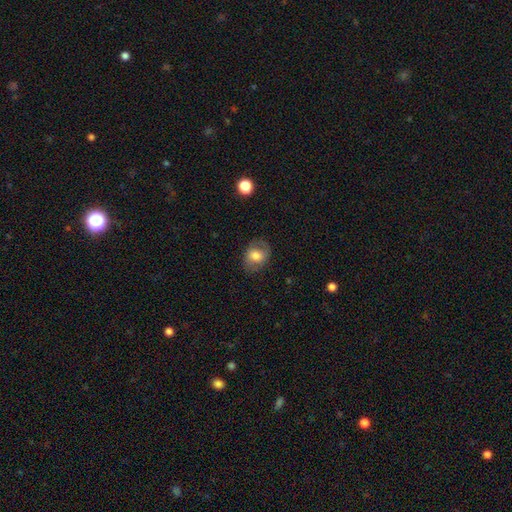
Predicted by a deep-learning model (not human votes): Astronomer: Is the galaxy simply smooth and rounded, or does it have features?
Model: smooth — 65%.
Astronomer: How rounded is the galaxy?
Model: in between — 60% (runner-up: round, 39%).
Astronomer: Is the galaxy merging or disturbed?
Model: none — 77%.